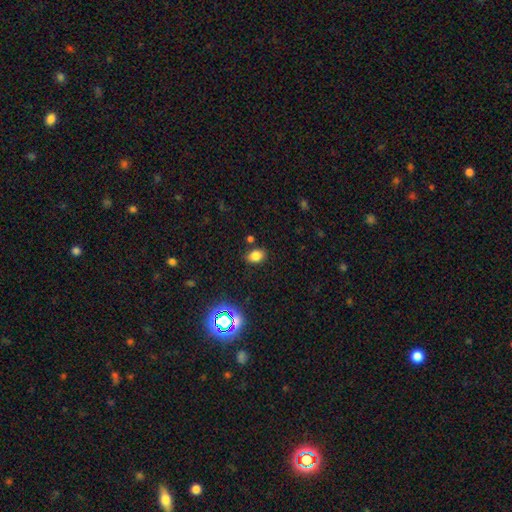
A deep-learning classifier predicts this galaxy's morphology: Smooth or featured?
  - smooth: 78% *
  - star or artifact: 15%
  - featured or disk: 7%
How rounded?
  - in between: 71% *
  - round: 27%
  - cigar-shaped: 1%
Merging?
  - none: 81% *
  - minor disturbance: 12%
  - merger: 4%
  - major disturbance: 3%